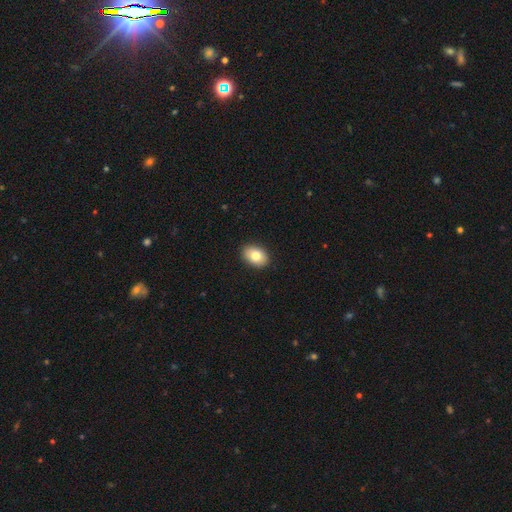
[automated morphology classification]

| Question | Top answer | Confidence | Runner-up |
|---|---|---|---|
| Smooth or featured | smooth | 81% | featured or disk (11%) |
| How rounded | in between | 80% | round (19%) |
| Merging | none | 90% | minor disturbance (7%) |